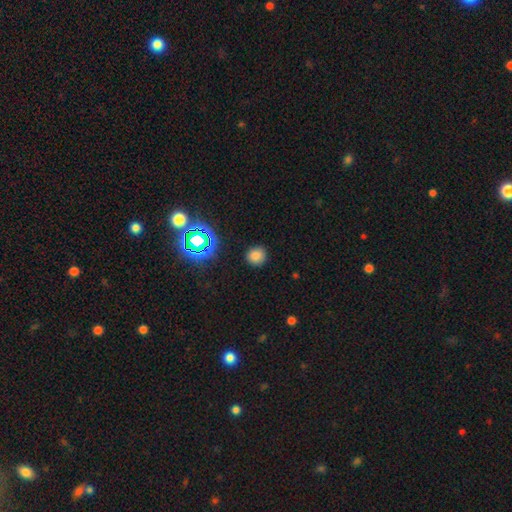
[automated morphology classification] smooth 76%, star or artifact 19%, featured or disk 5%. Down the decision tree: how rounded — round (90%); merging — none (89%).